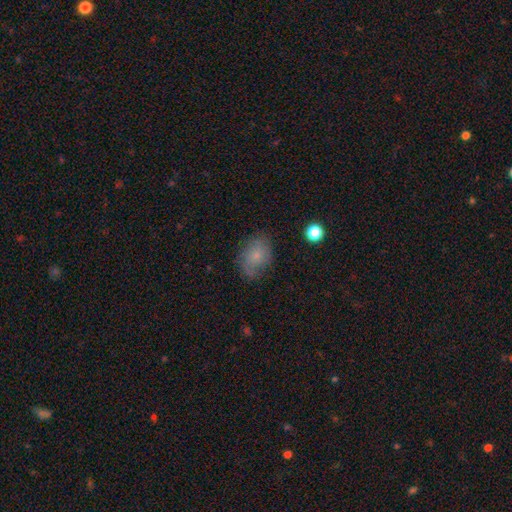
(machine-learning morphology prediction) smooth_or_featured: smooth (p=0.68) [alt: featured or disk p=0.22]
how_rounded: in between (p=0.68) [alt: round p=0.31]
merging: none (p=0.68) [alt: minor disturbance p=0.23]